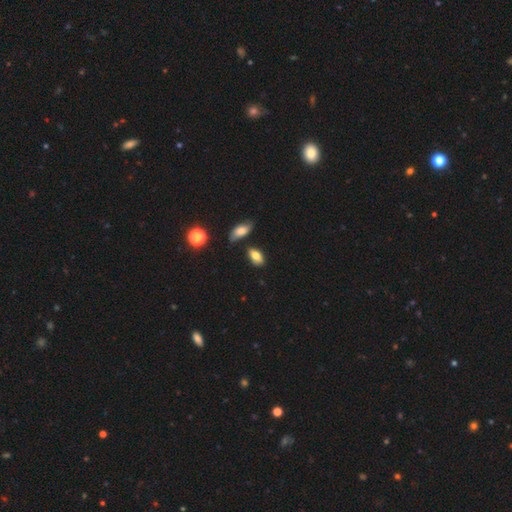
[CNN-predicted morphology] smooth-or-featured: smooth: 78% | featured or disk: 13% | star or artifact: 9%
  how-rounded: in between: 87% | round: 9% | cigar-shaped: 4%
  merging: none: 76% | minor disturbance: 15% | merger: 7% | major disturbance: 3%